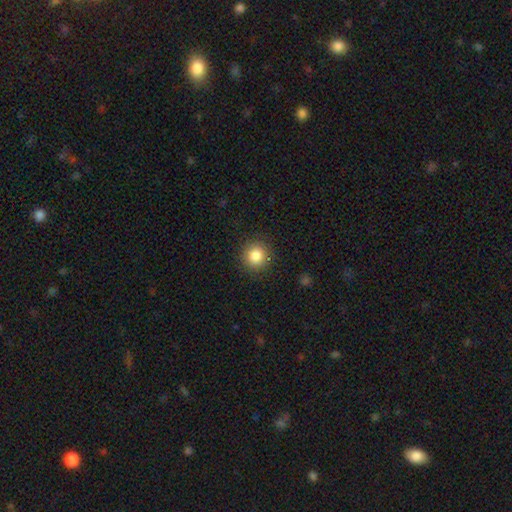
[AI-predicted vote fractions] smooth 85%, star or artifact 10%, featured or disk 5%. Down the decision tree: how rounded — round (93%); merging — none (90%).